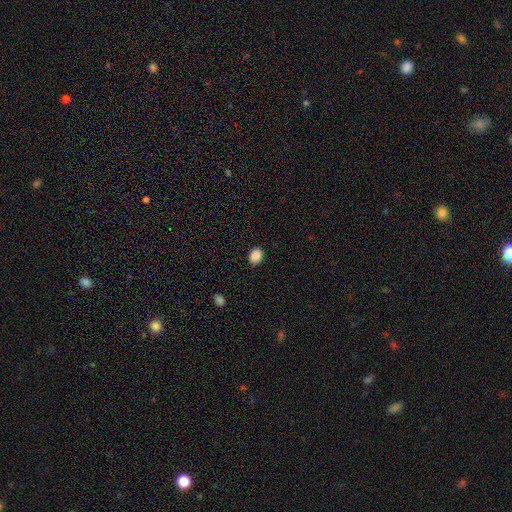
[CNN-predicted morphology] Overall: smooth (88%). How rounded: in between (60%; round 39%). Merging: none (88%).